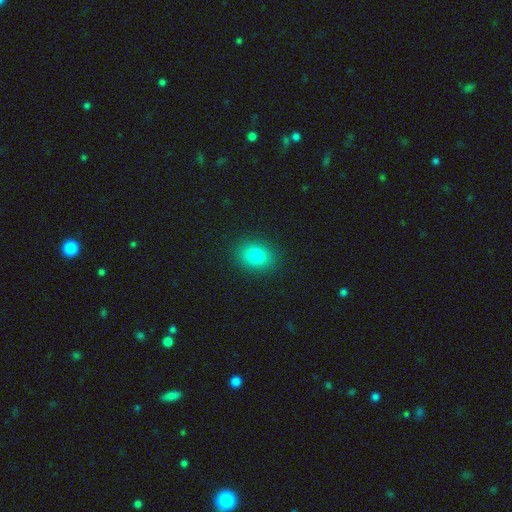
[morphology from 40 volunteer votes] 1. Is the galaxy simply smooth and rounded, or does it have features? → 80% smooth, 15% featured or disk, 5% star or artifact.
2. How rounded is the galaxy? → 59% in between, 41% round, 0% cigar-shaped.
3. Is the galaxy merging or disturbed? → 95% none, 3% minor disturbance, 3% major disturbance, 0% merger.